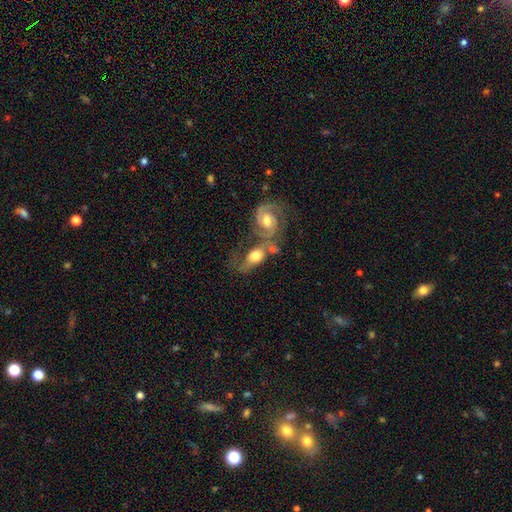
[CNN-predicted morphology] Q: Smooth or featured?
A: featured or disk (58%); runner-up: smooth (36%)
Q: Edge-on disk?
A: no (89%); runner-up: yes (11%)
Q: Bar?
A: no (61%); runner-up: weak (30%)
Q: Spiral arms?
A: yes (84%); runner-up: no (16%)
Q: Bulge size?
A: moderate (59%); runner-up: large (25%)
Q: Merging?
A: merger (50%); runner-up: none (26%)